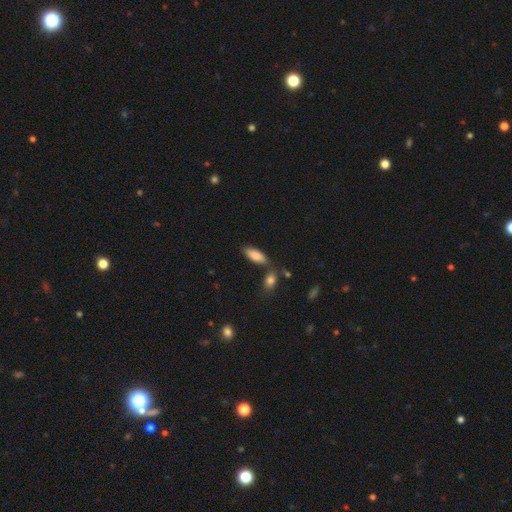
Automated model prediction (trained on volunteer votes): smooth_or_featured: smooth (p=0.84) [alt: featured or disk p=0.10]
how_rounded: in between (p=0.80) [alt: cigar-shaped p=0.18]
merging: none (p=0.69) [alt: merger p=0.15]